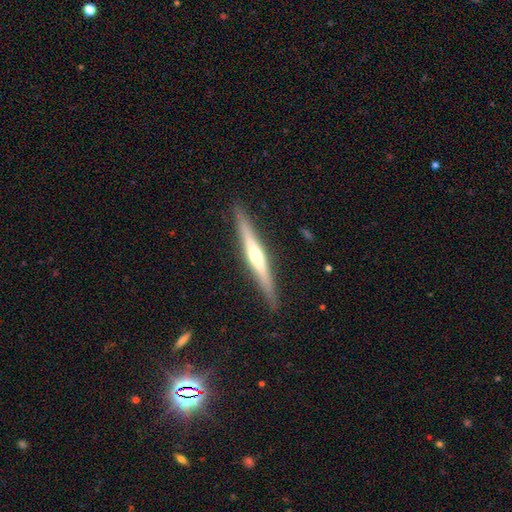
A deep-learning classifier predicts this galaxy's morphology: Smooth or featured: featured or disk — 72% (smooth — 23%)
Edge-on disk: yes — 97% (no — 3%)
Edge-on bulge: rounded — 82% (none — 12%)
Merging: none — 90% (minor disturbance — 7%)